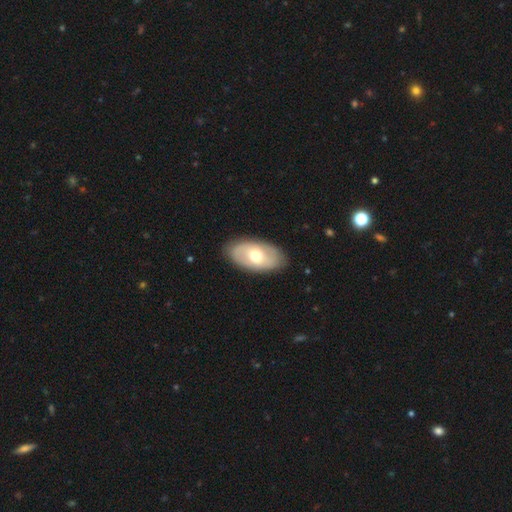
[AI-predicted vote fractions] The model was most divided on "smooth or featured": smooth: 51%, featured or disk: 44%, star or artifact: 5%. More confident: how rounded — in between (93%); merging — none (86%).